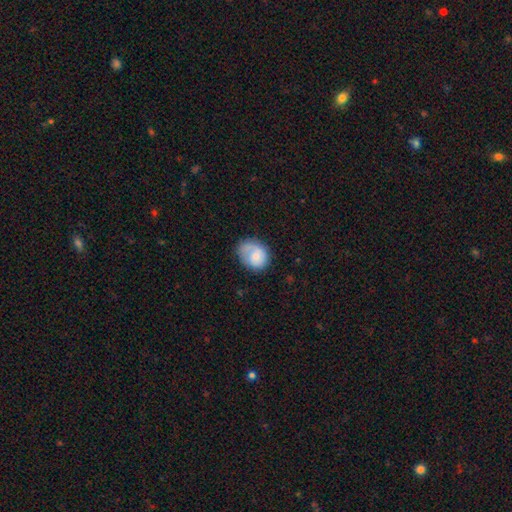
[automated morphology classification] Smooth or featured? smooth (57%)
How rounded? round (52%)
Merging? none (52%)